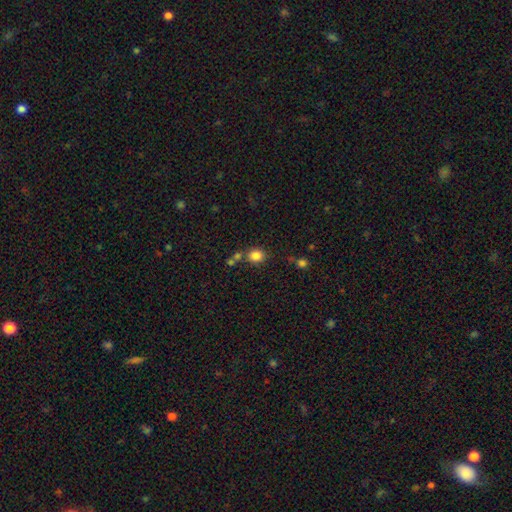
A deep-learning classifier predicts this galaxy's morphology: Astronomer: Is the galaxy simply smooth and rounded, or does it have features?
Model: smooth — 84%.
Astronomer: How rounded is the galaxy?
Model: round — 73%.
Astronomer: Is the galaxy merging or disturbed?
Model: none — 71%.